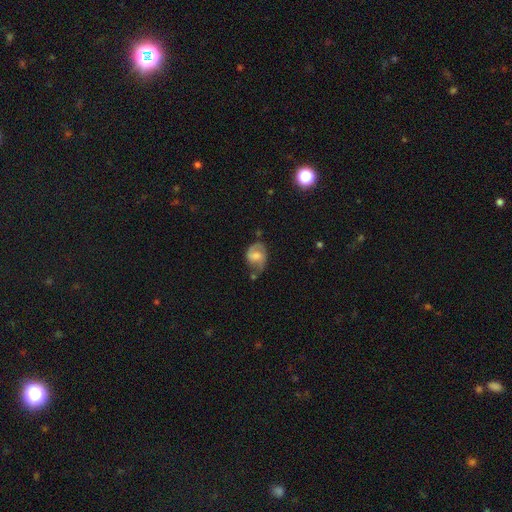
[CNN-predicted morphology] smooth_or_featured: featured or disk (p=0.53) [alt: smooth p=0.39]
disk_edge_on: no (p=0.97) [alt: yes p=0.03]
bar: weak (p=0.46) [alt: no p=0.41]
has_spiral_arms: yes (p=0.82) [alt: no p=0.18]
bulge_size: moderate (p=0.44) [alt: small p=0.26]
merging: none (p=0.48) [alt: minor disturbance p=0.31]